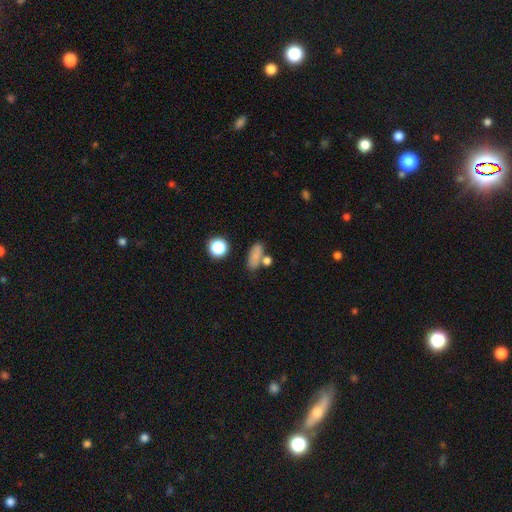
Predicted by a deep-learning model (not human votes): Smooth or featured? Predicted: smooth (p=0.78). How rounded? Predicted: in between (p=0.67). Merging? Predicted: none (p=0.60).